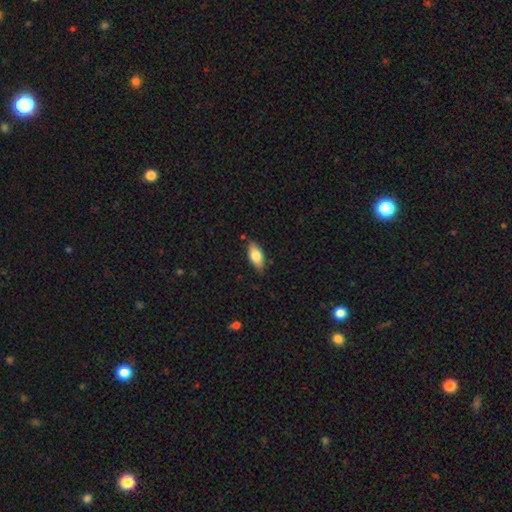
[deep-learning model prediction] A smooth galaxy with no disk features (73%) that is in between round and cigar-shaped (84%). Merging: none (81%).